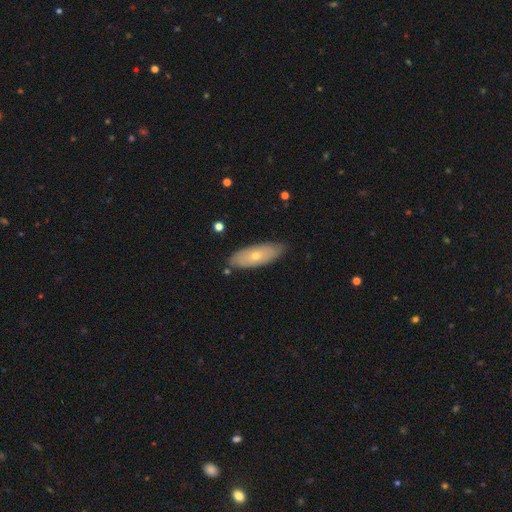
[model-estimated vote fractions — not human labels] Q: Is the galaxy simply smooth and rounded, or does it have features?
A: smooth — 54%.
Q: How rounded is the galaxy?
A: in between — 67%.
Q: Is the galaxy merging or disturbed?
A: none — 82%.